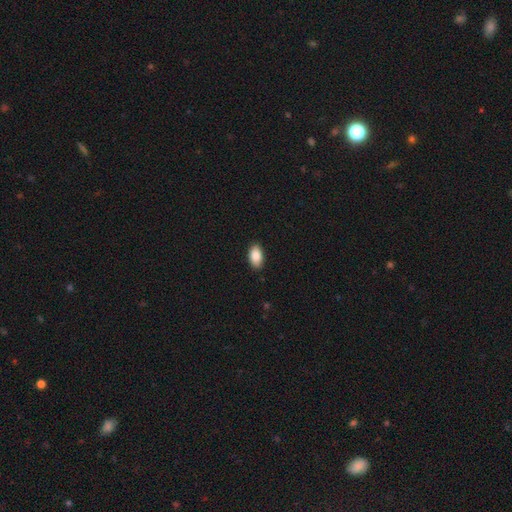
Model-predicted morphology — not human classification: Smooth or featured: smooth — 89% (star or artifact — 7%)
How rounded: in between — 94% (round — 4%)
Merging: none — 88% (minor disturbance — 9%)